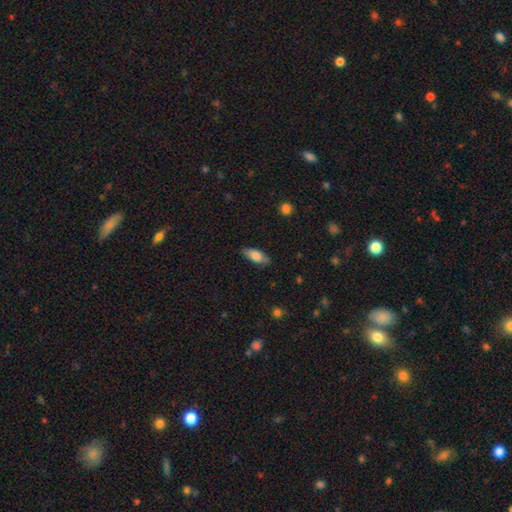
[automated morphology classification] The model was most divided on "smooth or featured": smooth: 79%, featured or disk: 15%, star or artifact: 6%. More confident: merging — none (82%); how rounded — in between (81%).